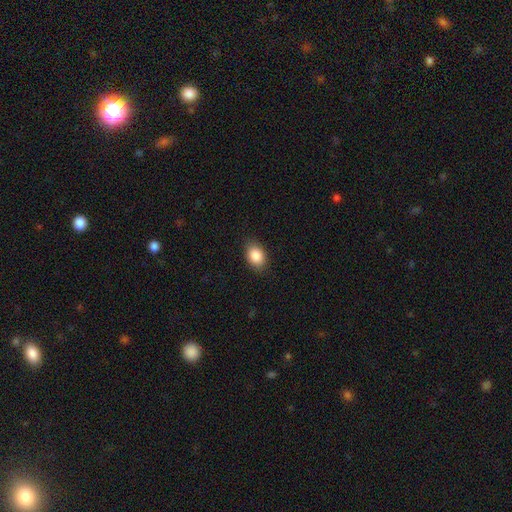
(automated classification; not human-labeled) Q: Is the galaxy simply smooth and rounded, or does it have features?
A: smooth — 87%.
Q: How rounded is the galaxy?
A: in between — 78%.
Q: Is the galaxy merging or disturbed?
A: none — 85%.